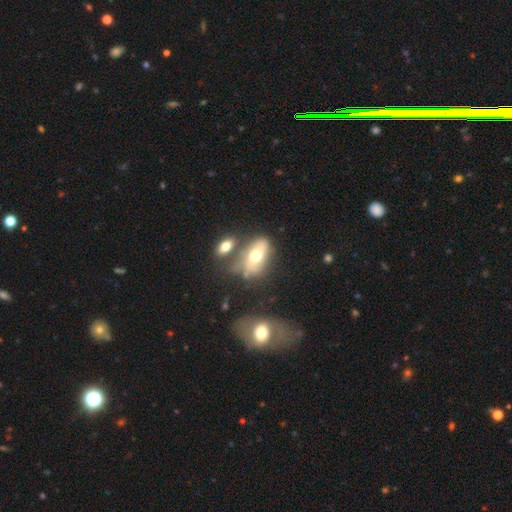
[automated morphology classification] type=smooth (56%); roundness=in between (88%); merging=none (46%).